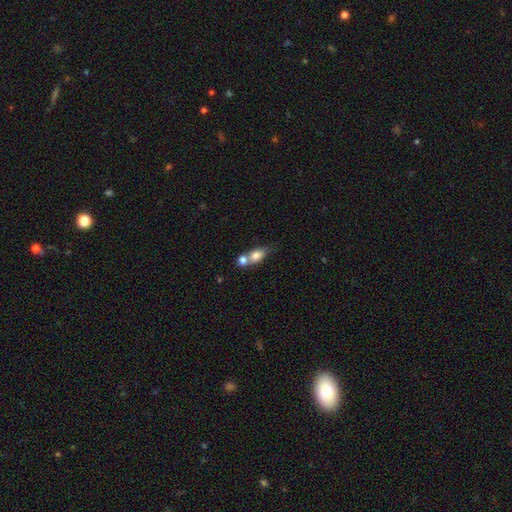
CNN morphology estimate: Overall: smooth (75%). How rounded: in between (67%). Merging: merger (55%; none 30%).